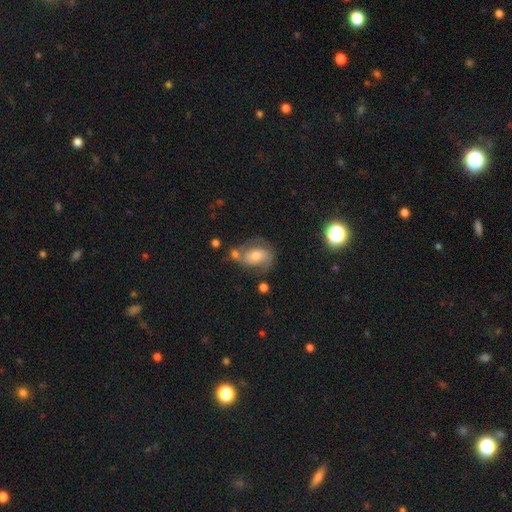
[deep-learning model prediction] Smooth or featured: featured or disk — 60% (smooth — 29%)
Edge-on disk: no — 96% (yes — 4%)
Bar: no — 62% (weak — 29%)
Spiral arms: yes — 84% (no — 16%)
Bulge size: moderate — 55% (small — 34%)
Merging: none — 47% (minor disturbance — 22%)